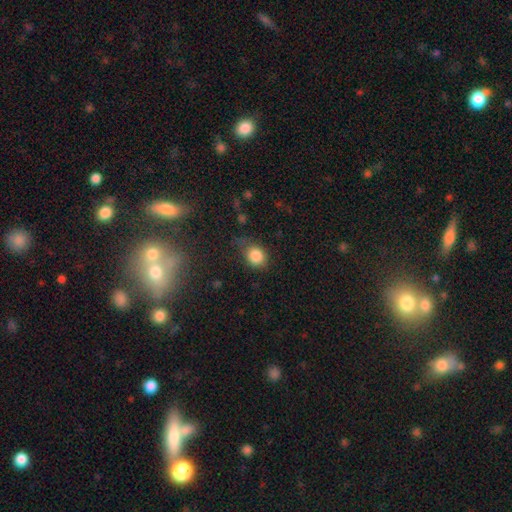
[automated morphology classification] Smooth or featured: smooth — 85% (star or artifact — 10%)
How rounded: round — 64% (in between — 35%)
Merging: none — 57% (minor disturbance — 29%)